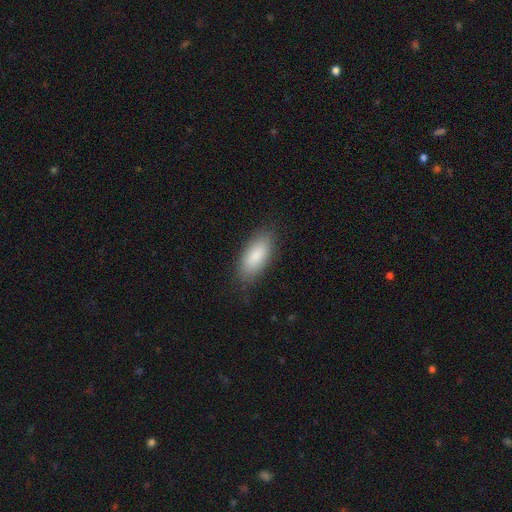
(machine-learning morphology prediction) This is clearly a smooth galaxy (86%). How rounded: clearly in between (84%). Merging: clearly none (84%).